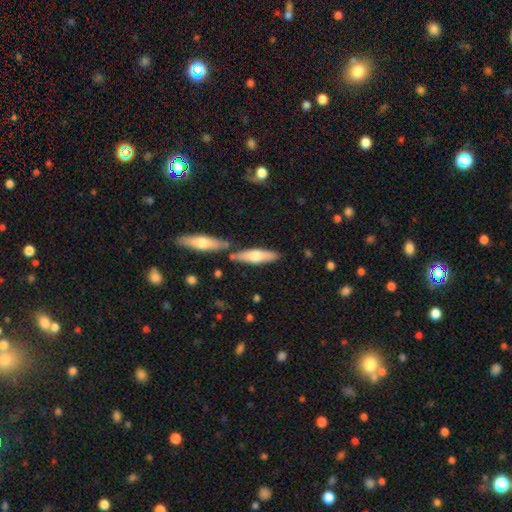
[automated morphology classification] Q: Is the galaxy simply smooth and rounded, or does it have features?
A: smooth — 56%.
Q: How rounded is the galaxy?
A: cigar-shaped — 65%.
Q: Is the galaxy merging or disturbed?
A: none — 69%.